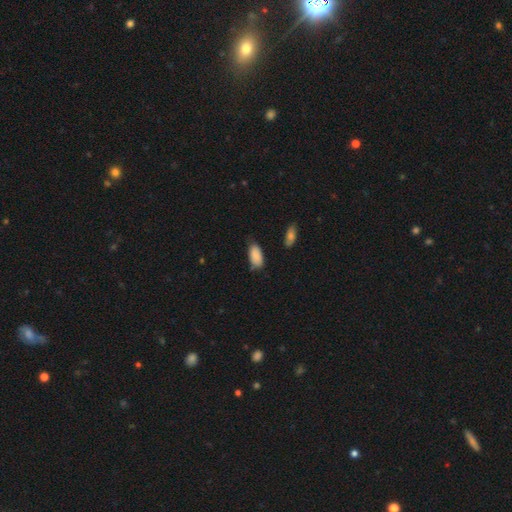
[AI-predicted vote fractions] smooth 88%, star or artifact 7%, featured or disk 6%. Down the decision tree: how rounded — in between (91%); merging — none (67%).